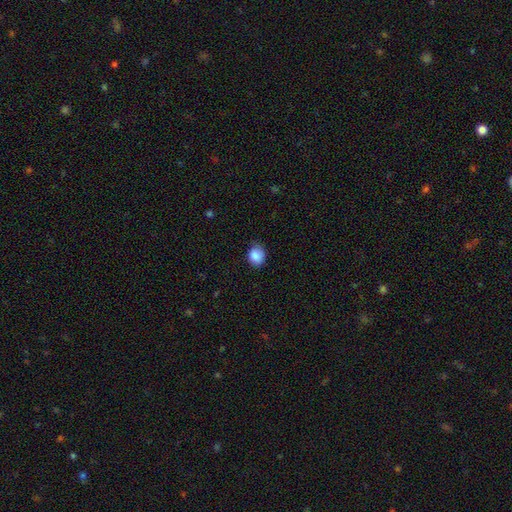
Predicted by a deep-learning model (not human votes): Overall: smooth (87%). How rounded: round (57%; in between 42%). Merging: none (69%).